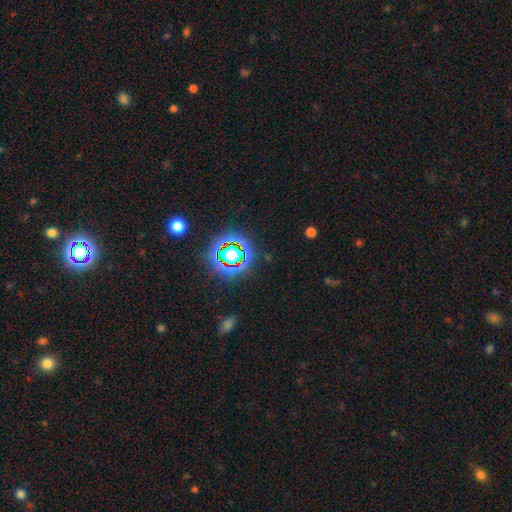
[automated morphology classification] Smooth or featured? star or artifact (80%)